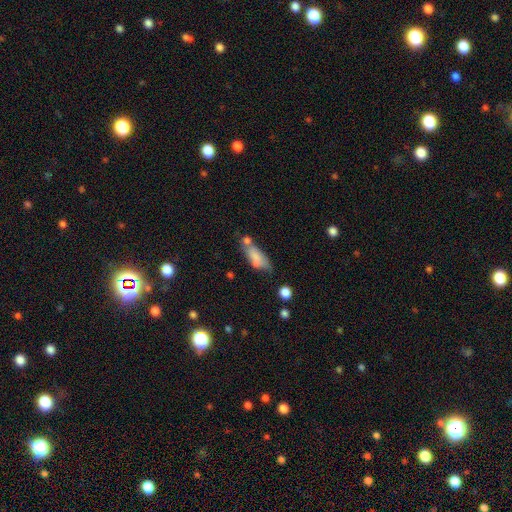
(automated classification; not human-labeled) This appears to be a smooth galaxy with no disk features (72%) that is in between round and cigar-shaped (68%). Merging: none (40%).